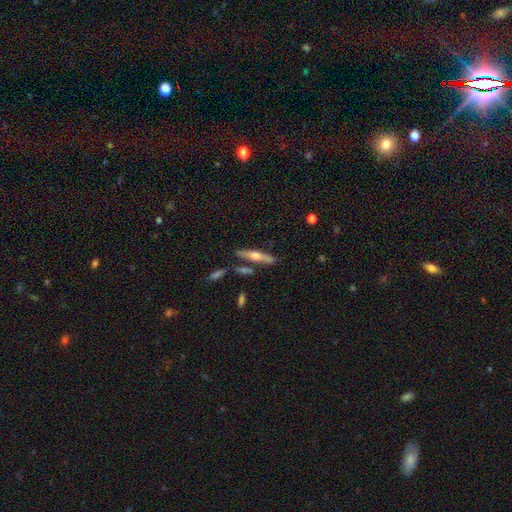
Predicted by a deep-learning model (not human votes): Q: Smooth or featured?
A: featured or disk (58%); runner-up: smooth (36%)
Q: Edge-on disk?
A: yes (94%); runner-up: no (6%)
Q: Edge-on bulge?
A: rounded (91%); runner-up: none (5%)
Q: Merging?
A: none (78%); runner-up: minor disturbance (11%)